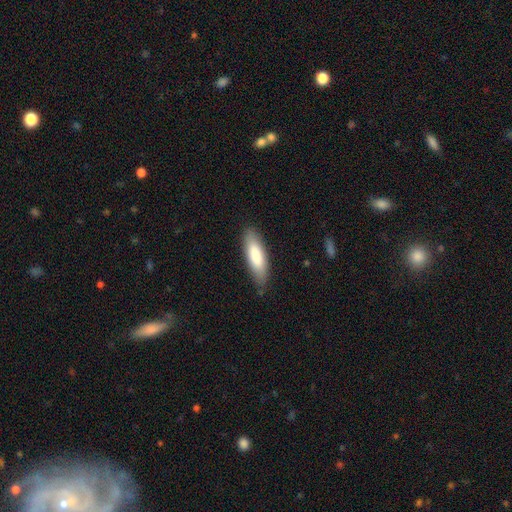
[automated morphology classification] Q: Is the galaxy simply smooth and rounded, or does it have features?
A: smooth — 82%.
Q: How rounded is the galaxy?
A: in between — 54%.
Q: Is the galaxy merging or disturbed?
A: none — 83%.